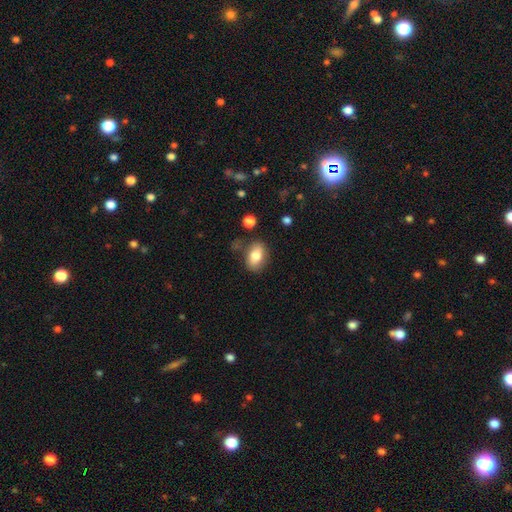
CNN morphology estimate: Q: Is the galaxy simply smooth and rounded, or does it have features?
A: smooth — 78%.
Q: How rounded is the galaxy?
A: in between — 85%.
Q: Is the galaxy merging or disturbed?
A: none — 73%.